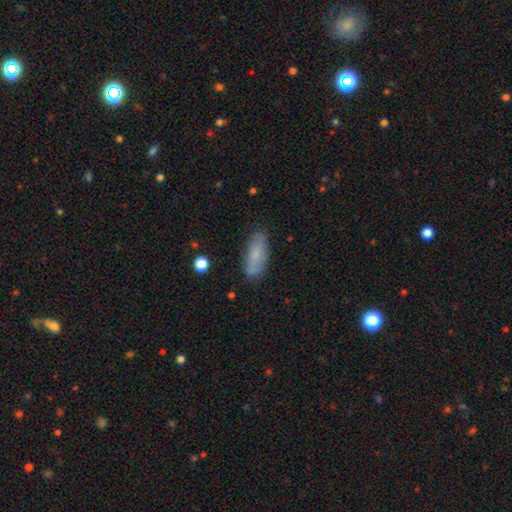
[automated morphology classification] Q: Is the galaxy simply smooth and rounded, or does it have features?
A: smooth — 74%.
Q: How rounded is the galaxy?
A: in between — 75%.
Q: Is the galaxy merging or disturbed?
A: none — 79%.